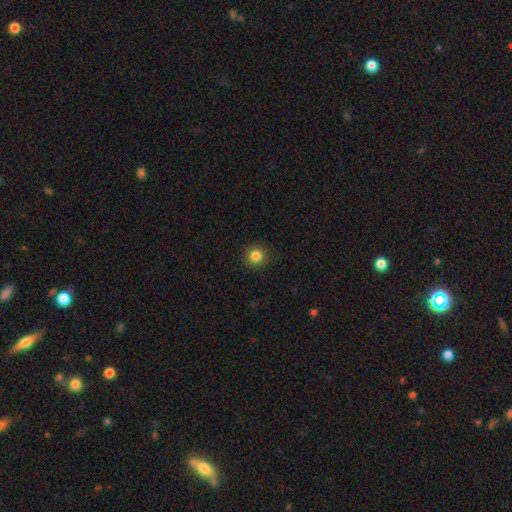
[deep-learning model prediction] Smooth or featured? Predicted: smooth (p=0.84). How rounded? Predicted: round (p=0.92). Merging? Predicted: none (p=0.91).